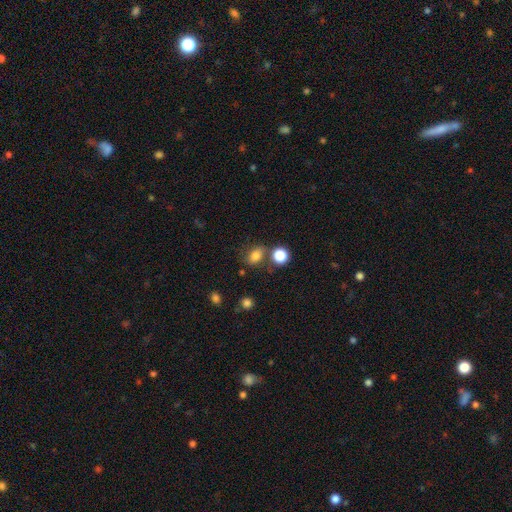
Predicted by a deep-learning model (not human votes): This is likely a smooth galaxy (79%). How rounded: likely in between (66%). Merging: likely none (64%).